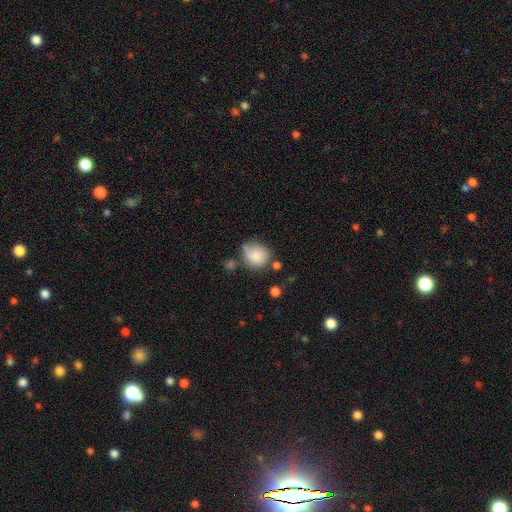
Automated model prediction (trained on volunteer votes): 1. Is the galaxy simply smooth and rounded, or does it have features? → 76% smooth, 15% featured or disk, 9% star or artifact.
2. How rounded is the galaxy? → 78% round, 21% in between, 1% cigar-shaped.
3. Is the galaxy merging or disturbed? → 52% none, 27% minor disturbance, 11% merger, 10% major disturbance.